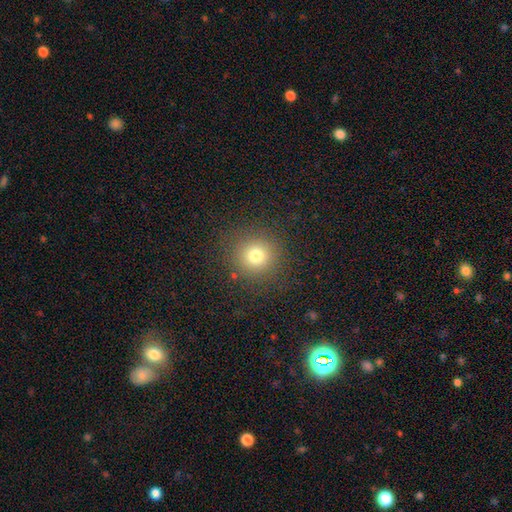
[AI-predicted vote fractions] Smooth or featured?
  - smooth: 76% *
  - star or artifact: 16%
  - featured or disk: 8%
How rounded?
  - round: 92% *
  - in between: 7%
  - cigar-shaped: 1%
Merging?
  - none: 88% *
  - minor disturbance: 7%
  - major disturbance: 4%
  - merger: 1%